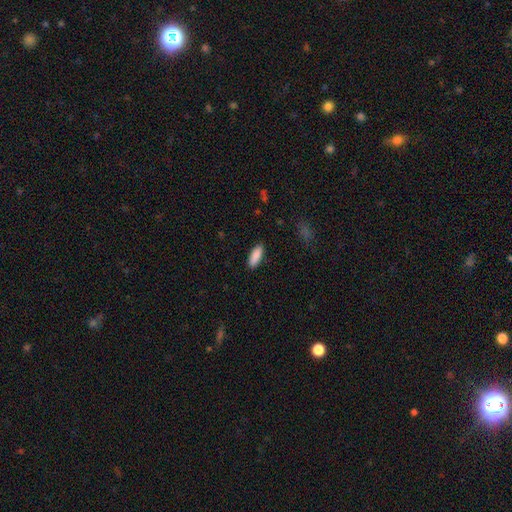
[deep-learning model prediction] This is clearly a smooth galaxy (90%). How rounded: likely in between (72%). Merging: clearly none (88%).